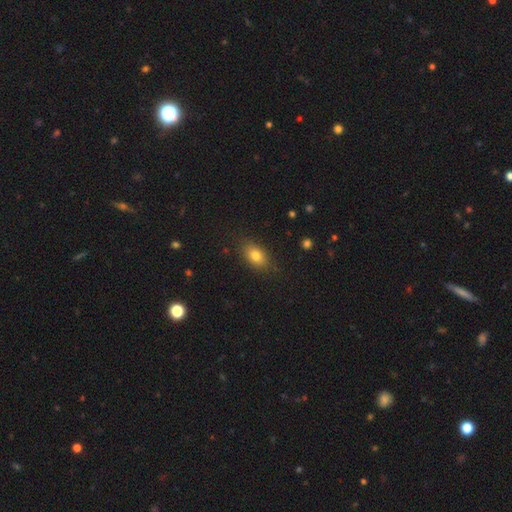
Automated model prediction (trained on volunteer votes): A smooth galaxy with no disk features (80%) that is in between round and cigar-shaped (82%). Merging: none (83%).